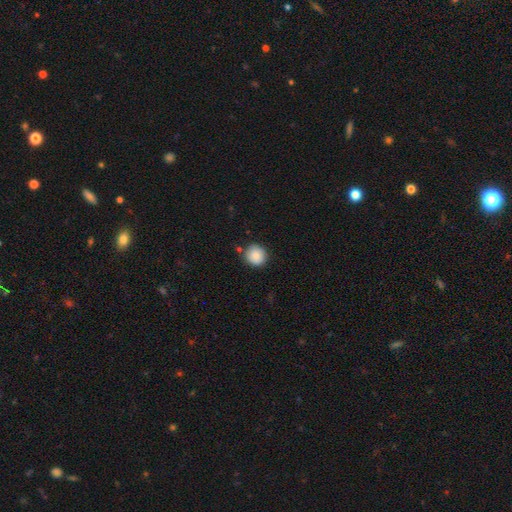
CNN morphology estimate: Smooth or featured? Predicted: smooth (p=0.87). How rounded? Predicted: round (p=0.91). Merging? Predicted: none (p=0.85).